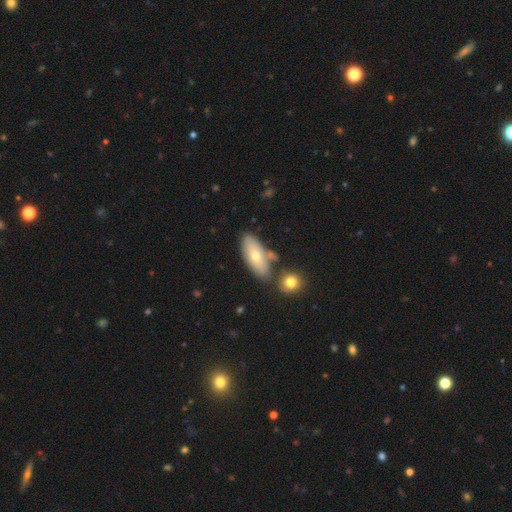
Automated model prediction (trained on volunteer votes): smooth_or_featured: smooth (p=0.64) [alt: featured or disk p=0.30]
how_rounded: in between (p=0.84) [alt: cigar-shaped p=0.13]
merging: none (p=0.60) [alt: merger p=0.20]